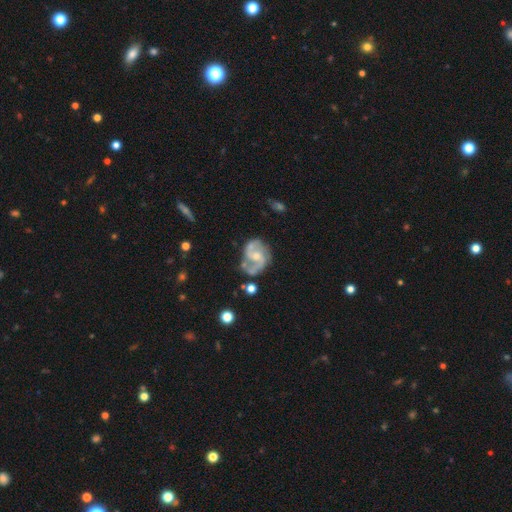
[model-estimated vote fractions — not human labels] Smooth or featured?
  - featured or disk: 88% *
  - smooth: 7%
  - star or artifact: 5%
Edge-on disk?
  - no: 98% *
  - yes: 2%
Bar?
  - weak: 45% *
  - no: 44%
  - strong: 11%
Spiral arms?
  - yes: 96% *
  - no: 4%
Spiral winding?
  - medium: 56% *
  - loose: 27%
  - tight: 16%
Spiral arm count?
  - 2: 89% *
  - can't tell: 4%
  - 3: 3%
  - 1: 2%
  - 4: 1%
  - more than 4: 1%
Bulge size?
  - moderate: 47% *
  - small: 44%
  - none: 6%
  - large: 3%
  - dominant: 1%
Merging?
  - none: 64% *
  - minor disturbance: 21%
  - major disturbance: 10%
  - merger: 5%